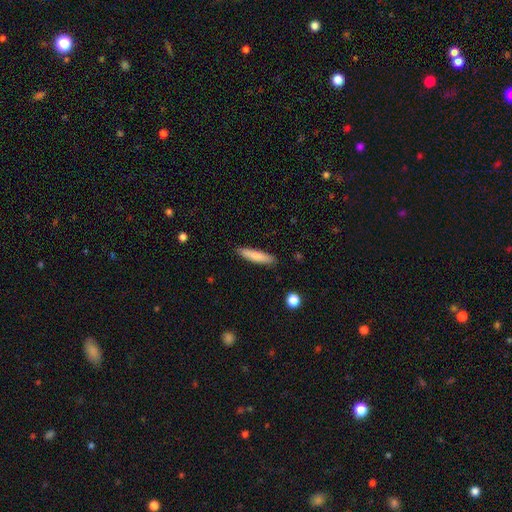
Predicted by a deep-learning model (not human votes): Overall: smooth (81%). How rounded: cigar-shaped (87%). Merging: none (88%).